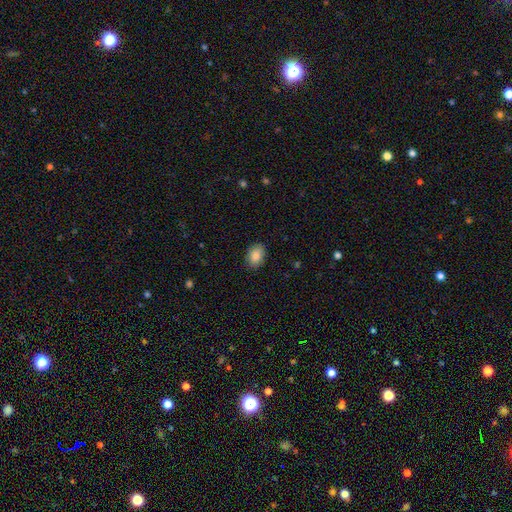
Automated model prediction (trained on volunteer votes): smooth 88%, star or artifact 7%, featured or disk 4%. Down the decision tree: how rounded — in between (80%); merging — none (87%).